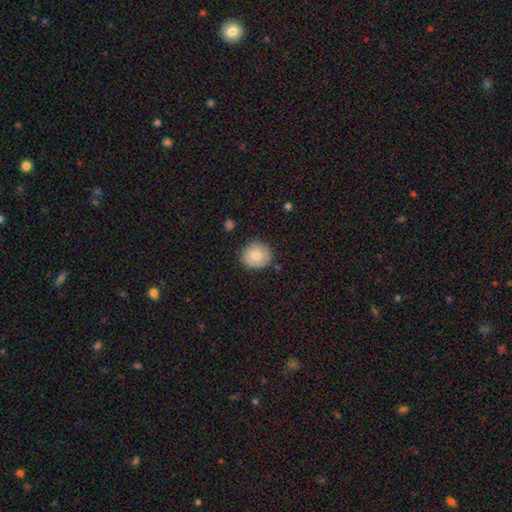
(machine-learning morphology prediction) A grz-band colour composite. It shows a smooth galaxy with no disk features (82%) that is round (84%). Merging: none (85%).